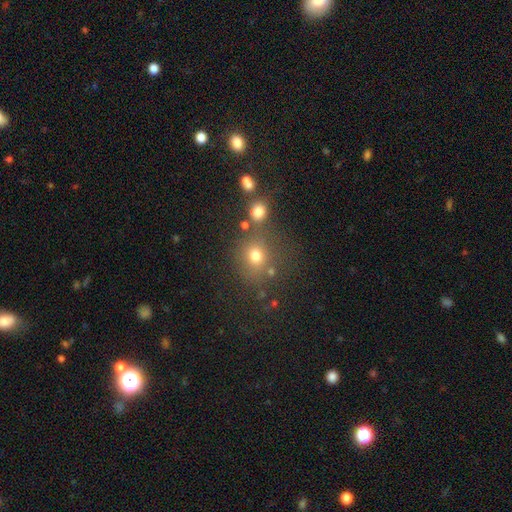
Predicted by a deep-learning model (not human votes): Smooth or featured? Predicted: smooth (p=0.72). How rounded? Predicted: round (p=0.80). Merging? Predicted: none (p=0.68).